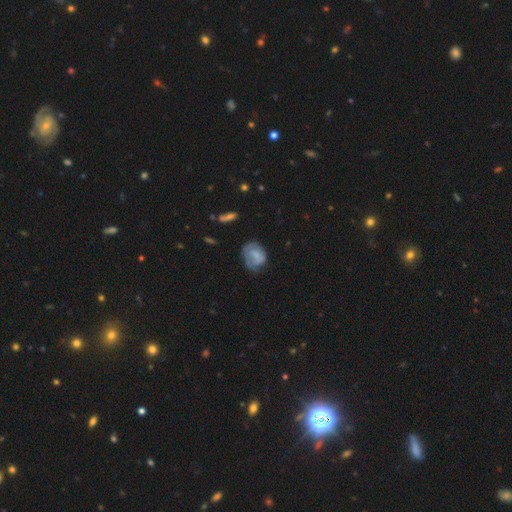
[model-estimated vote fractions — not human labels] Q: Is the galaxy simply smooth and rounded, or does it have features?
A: smooth — 59%.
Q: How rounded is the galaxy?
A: in between — 54%.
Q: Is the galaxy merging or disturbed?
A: none — 45%.